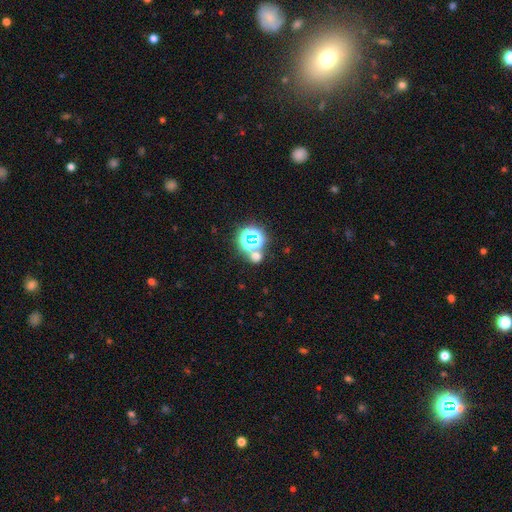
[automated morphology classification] Smooth or featured: smooth — 47% (star or artifact — 45%)
Merging: none — 64% (merger — 24%)